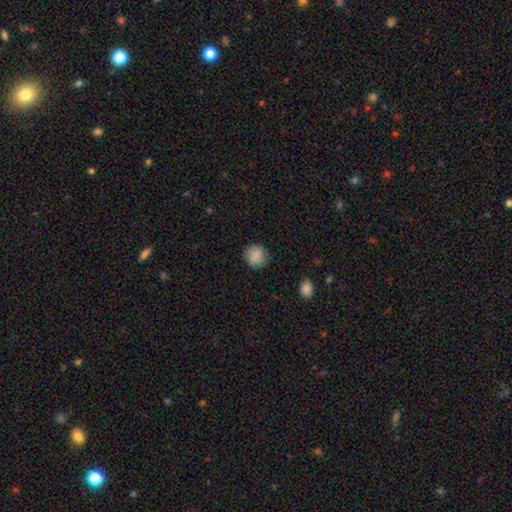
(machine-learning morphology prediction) Overall: smooth (88%). How rounded: round (90%). Merging: none (85%).